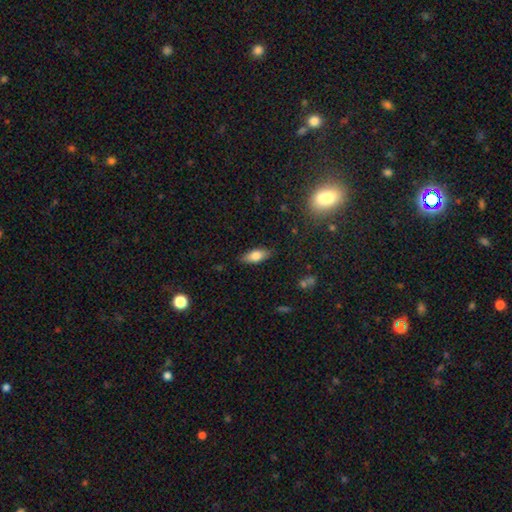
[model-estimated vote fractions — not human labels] Smooth or featured? smooth (75%)
How rounded? in between (79%)
Merging? none (86%)